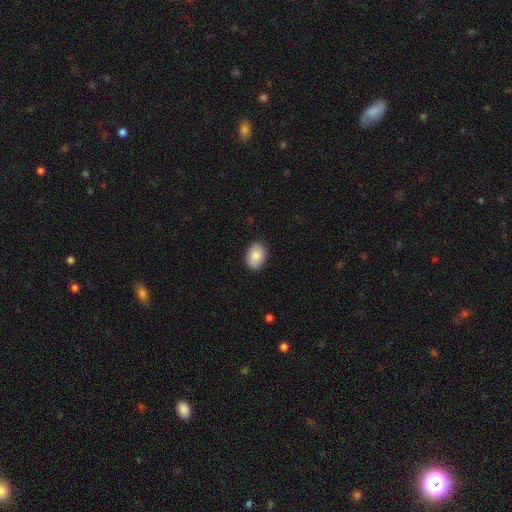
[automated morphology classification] This appears to be a smooth galaxy with no disk features (87%) that is in between round and cigar-shaped (83%). Merging: none (88%).